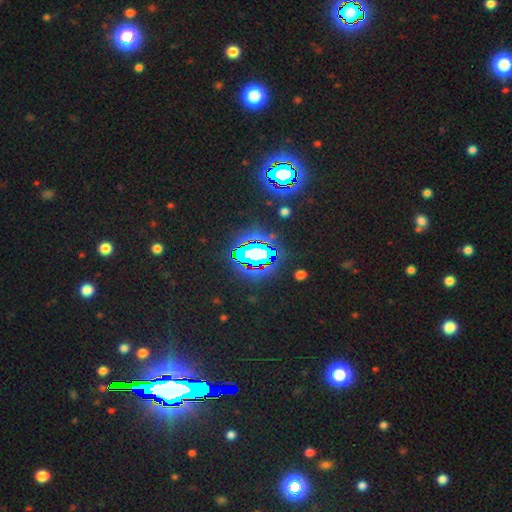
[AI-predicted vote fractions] Q: Smooth or featured?
A: star or artifact (75%); runner-up: smooth (15%)